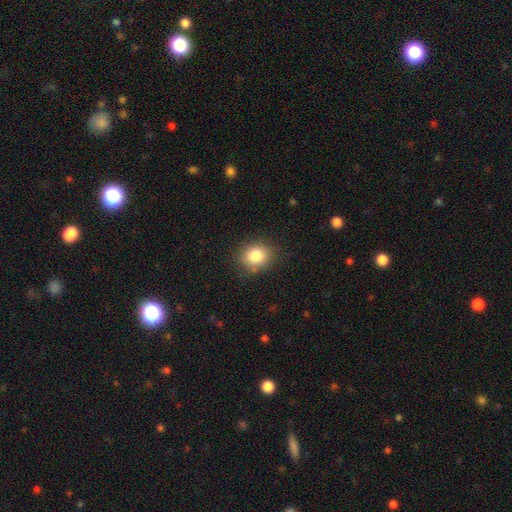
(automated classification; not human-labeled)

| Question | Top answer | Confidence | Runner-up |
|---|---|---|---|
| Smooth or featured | smooth | 83% | star or artifact (10%) |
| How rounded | round | 66% | in between (33%) |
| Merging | none | 84% | minor disturbance (11%) |